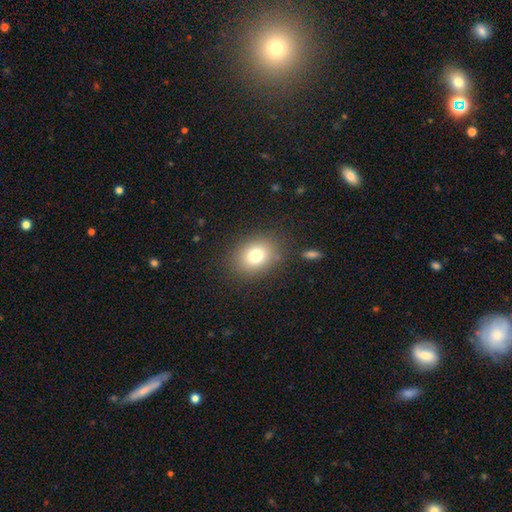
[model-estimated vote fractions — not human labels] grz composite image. It shows a smooth galaxy with no disk features (77%) that is in between round and cigar-shaped (50%). Merging: none (84%).